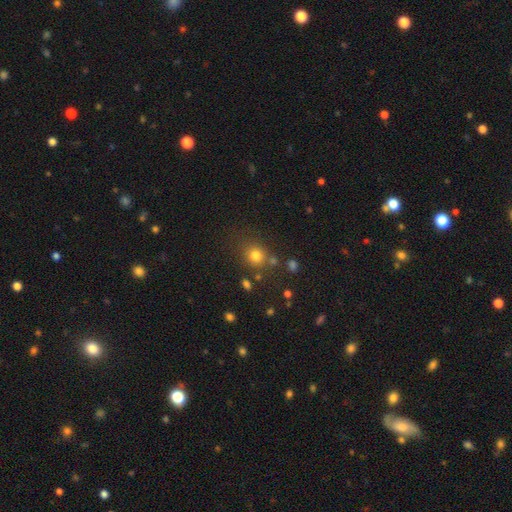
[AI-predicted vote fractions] Smooth or featured: smooth — 77% (star or artifact — 15%)
How rounded: round — 78% (in between — 21%)
Merging: none — 72% (minor disturbance — 13%)